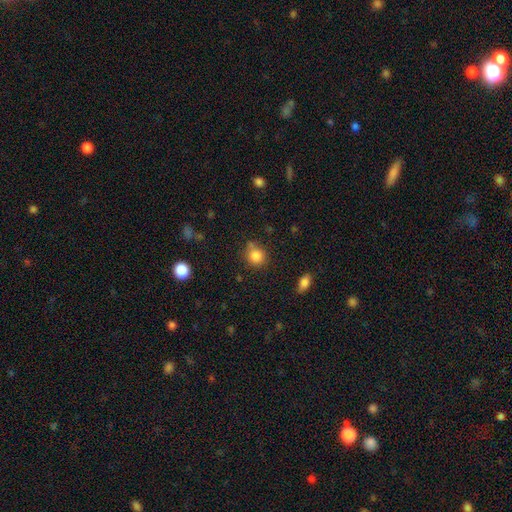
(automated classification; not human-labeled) Smooth or featured?
  - smooth: 84% *
  - star or artifact: 10%
  - featured or disk: 5%
How rounded?
  - round: 83% *
  - in between: 16%
  - cigar-shaped: 1%
Merging?
  - none: 71% *
  - minor disturbance: 16%
  - merger: 9%
  - major disturbance: 4%